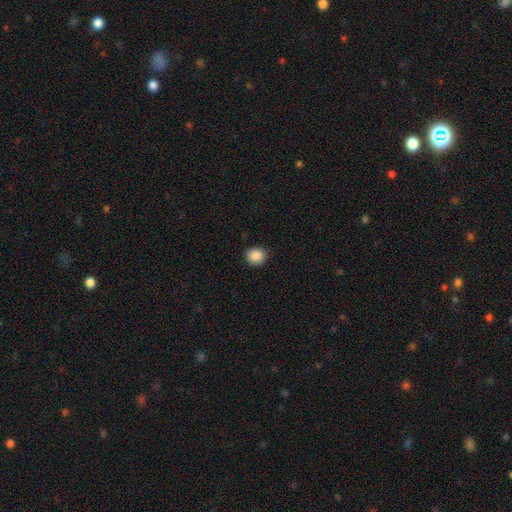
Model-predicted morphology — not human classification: Smooth or featured: smooth — 88% (star or artifact — 9%)
How rounded: round — 83% (in between — 16%)
Merging: none — 90% (minor disturbance — 7%)